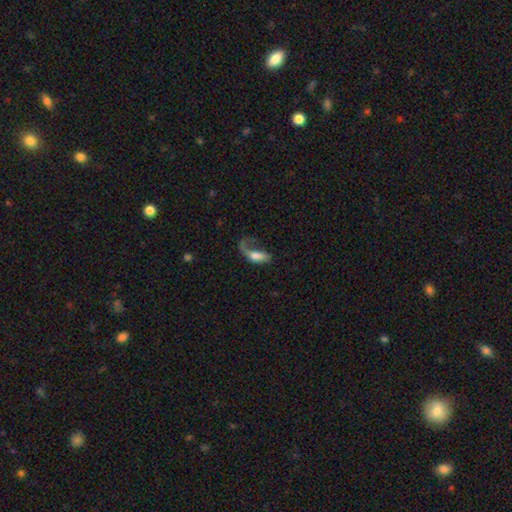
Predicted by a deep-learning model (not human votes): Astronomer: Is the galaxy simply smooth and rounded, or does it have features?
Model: smooth — 51% (runner-up: featured or disk, 41%).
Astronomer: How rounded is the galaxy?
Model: in between — 74%.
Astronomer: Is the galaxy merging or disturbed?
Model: major disturbance — 59%.